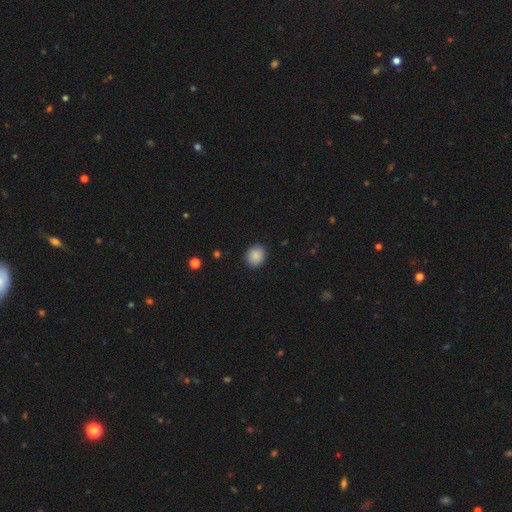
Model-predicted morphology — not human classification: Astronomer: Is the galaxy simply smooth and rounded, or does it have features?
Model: smooth — 88%.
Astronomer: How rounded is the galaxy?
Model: round — 70%.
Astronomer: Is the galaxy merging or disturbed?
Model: none — 89%.